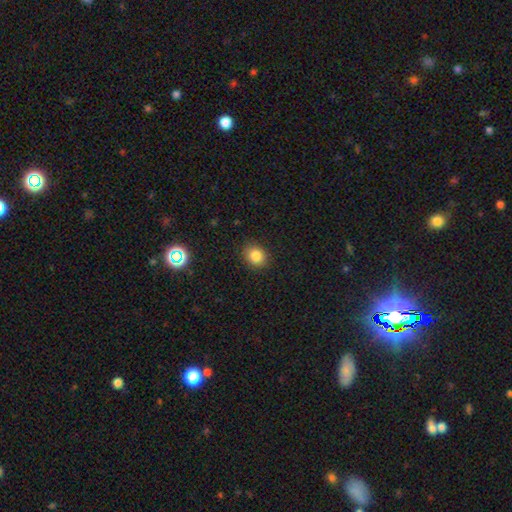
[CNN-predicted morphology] Smooth or featured? Predicted: smooth (p=0.84). How rounded? Predicted: round (p=0.65). Merging? Predicted: none (p=0.89).